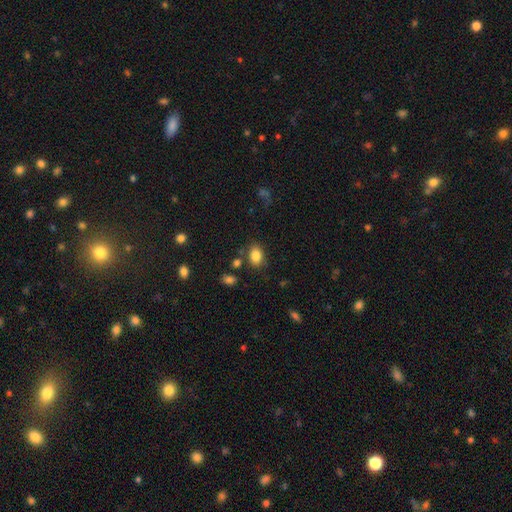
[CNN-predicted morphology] Smooth or featured? smooth (85%)
How rounded? in between (79%)
Merging? none (78%)